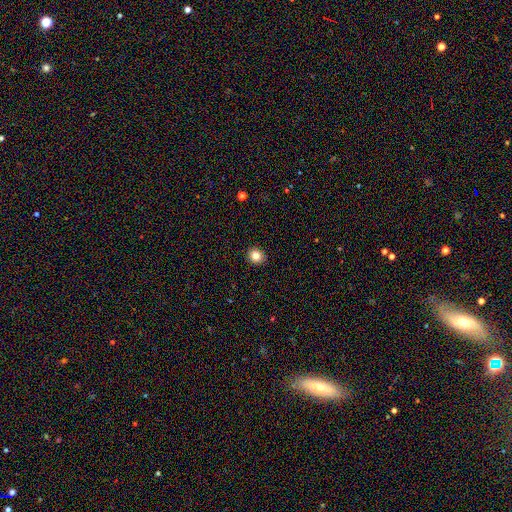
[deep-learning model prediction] smooth 83%, star or artifact 11%, featured or disk 6%. Down the decision tree: how rounded — round (79%); merging — none (92%).